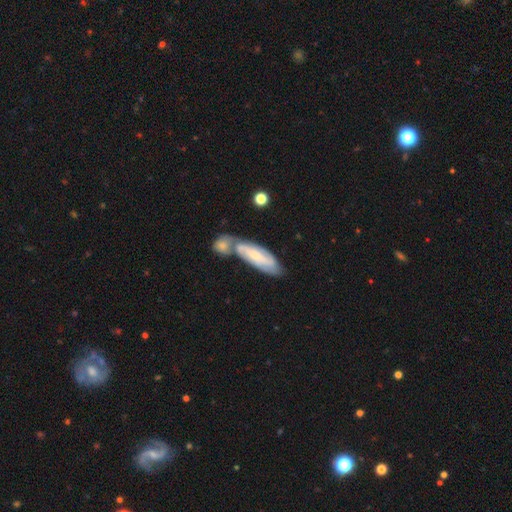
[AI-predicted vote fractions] The model was most divided on "merging": merger: 48%, none: 33%, minor disturbance: 14%, major disturbance: 5%. More confident: edge-on disk — no (81%); smooth or featured — featured or disk (58%).